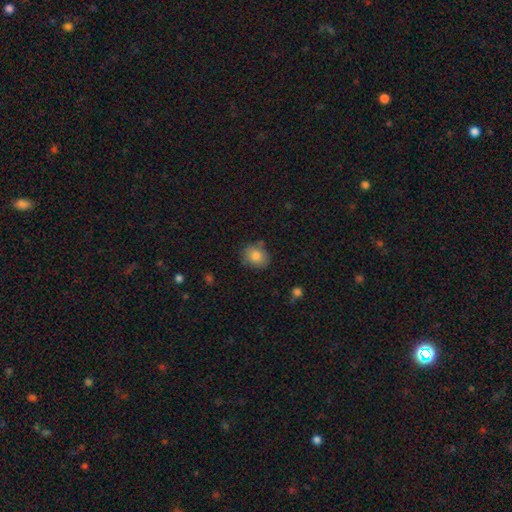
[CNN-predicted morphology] Q: Smooth or featured?
A: smooth (83%); runner-up: star or artifact (9%)
Q: How rounded?
A: round (58%); runner-up: in between (41%)
Q: Merging?
A: none (78%); runner-up: minor disturbance (15%)